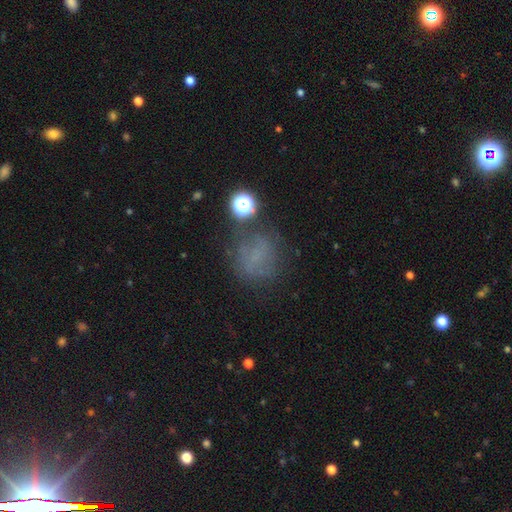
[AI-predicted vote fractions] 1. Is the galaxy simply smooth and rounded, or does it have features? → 47% smooth, 28% star or artifact, 24% featured or disk.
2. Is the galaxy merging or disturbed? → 62% none, 18% minor disturbance, 14% major disturbance, 6% merger.